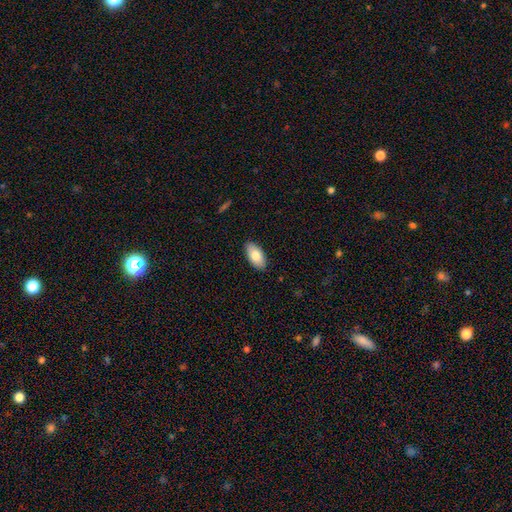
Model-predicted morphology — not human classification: A smooth galaxy with no disk features (79%) that is in between round and cigar-shaped (94%). Merging: none (88%).